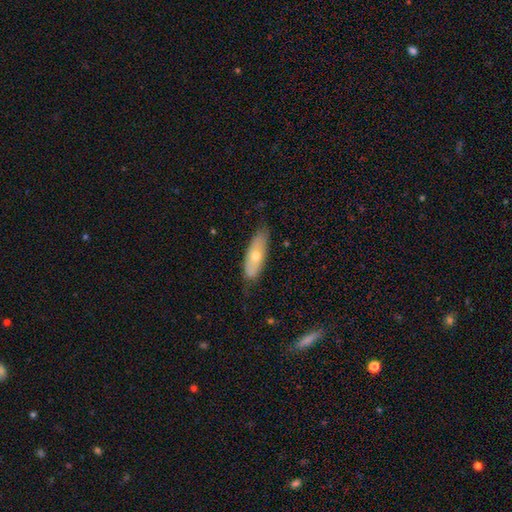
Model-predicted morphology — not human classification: type=smooth (56%); roundness=in between (57%); merging=none (72%).